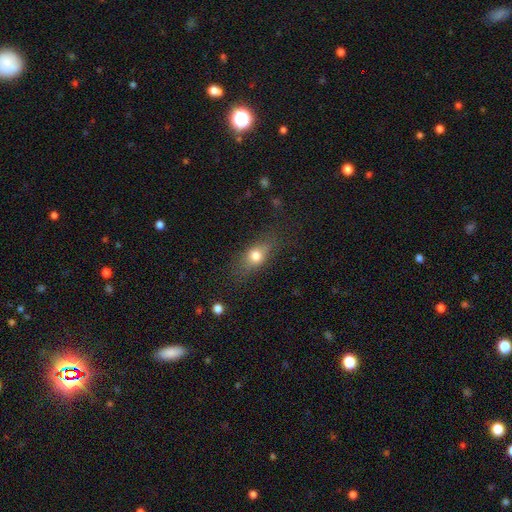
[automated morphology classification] Q: Smooth or featured?
A: smooth (74%); runner-up: featured or disk (16%)
Q: How rounded?
A: in between (67%); runner-up: round (22%)
Q: Merging?
A: none (73%); runner-up: minor disturbance (18%)